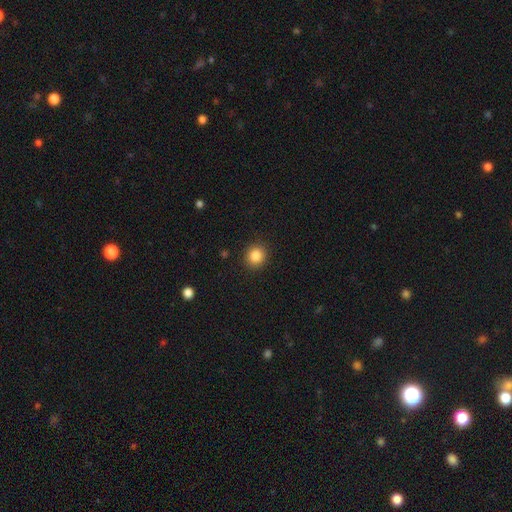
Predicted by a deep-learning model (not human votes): Overall: smooth (85%). How rounded: round (88%). Merging: none (91%).